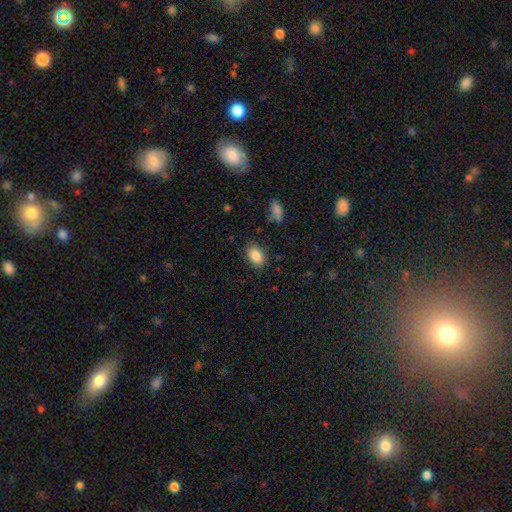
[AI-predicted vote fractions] Smooth or featured: smooth — 86% (star or artifact — 8%)
How rounded: in between — 85% (round — 14%)
Merging: none — 83% (minor disturbance — 12%)